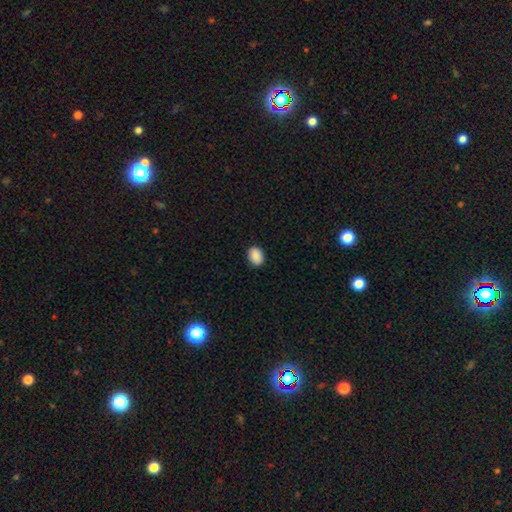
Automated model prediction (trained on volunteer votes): Morphology: type=smooth (90%); roundness=in between (72%); merging=none (90%).